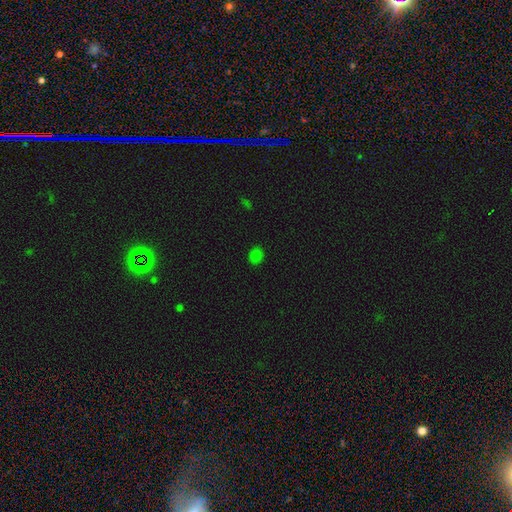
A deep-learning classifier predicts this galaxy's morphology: smooth_or_featured: smooth (p=0.80) [alt: star or artifact p=0.16]
how_rounded: round (p=0.57) [alt: in between p=0.42]
merging: none (p=0.88) [alt: minor disturbance p=0.08]